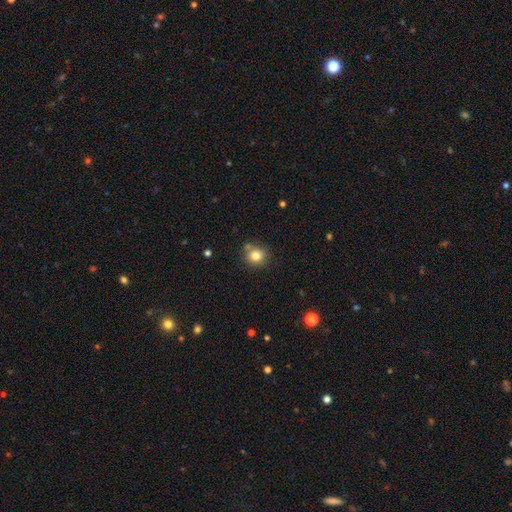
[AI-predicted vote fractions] Morphology: type=smooth (81%); roundness=round (78%); merging=none (74%).